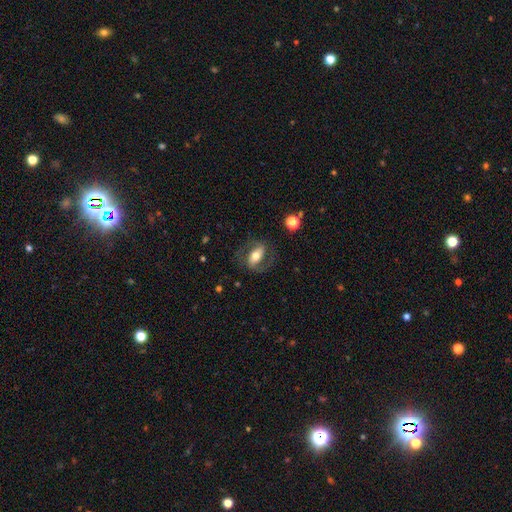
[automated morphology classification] Q: Smooth or featured?
A: featured or disk (58%); runner-up: smooth (35%)
Q: Edge-on disk?
A: no (92%); runner-up: yes (8%)
Q: Bar?
A: strong (42%); runner-up: weak (29%)
Q: Spiral arms?
A: yes (76%); runner-up: no (24%)
Q: Bulge size?
A: moderate (62%); runner-up: large (21%)
Q: Merging?
A: none (69%); runner-up: minor disturbance (16%)